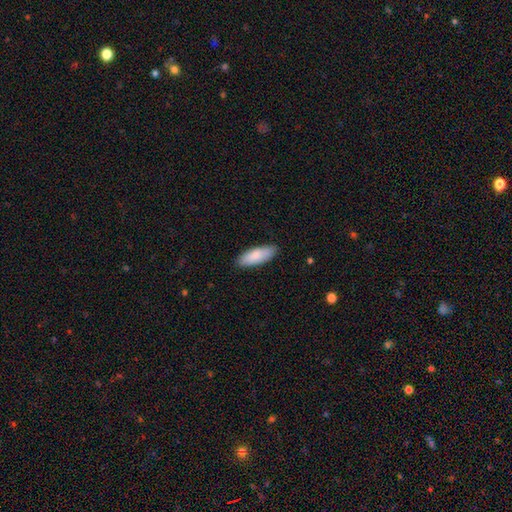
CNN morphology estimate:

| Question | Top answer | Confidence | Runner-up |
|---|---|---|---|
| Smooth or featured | smooth | 85% | featured or disk (9%) |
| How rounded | in between | 68% | cigar-shaped (31%) |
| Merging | none | 86% | minor disturbance (11%) |